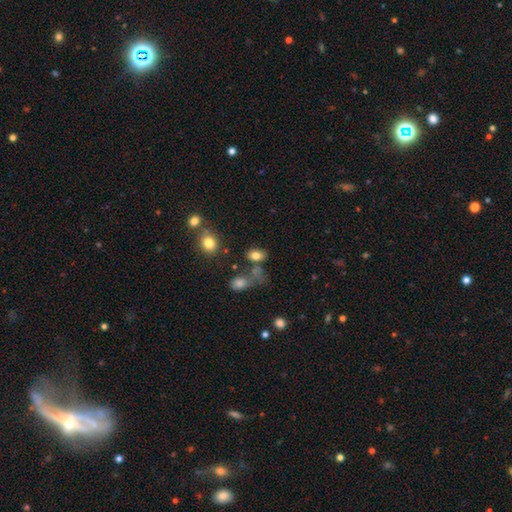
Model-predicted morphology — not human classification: Smooth or featured?
  - smooth: 79% *
  - star or artifact: 12%
  - featured or disk: 9%
How rounded?
  - in between: 82% *
  - round: 16%
  - cigar-shaped: 2%
Merging?
  - none: 59% *
  - merger: 17%
  - minor disturbance: 16%
  - major disturbance: 8%